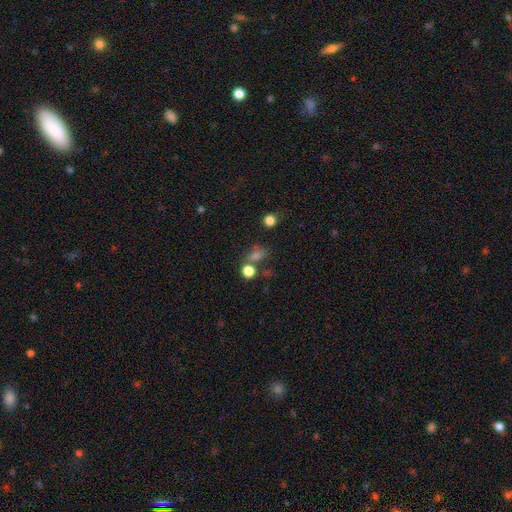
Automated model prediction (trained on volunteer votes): smooth 59%, star or artifact 31%, featured or disk 10%. Down the decision tree: how rounded — round (56%); merging — none (55%).